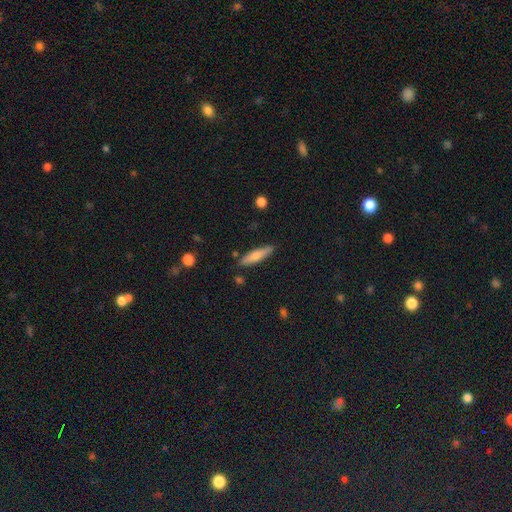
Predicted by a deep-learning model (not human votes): A smooth galaxy with no disk features (68%) that is cigar-shaped (78%).

Vote fractions:
- Smooth or featured? smooth: 68% / featured or disk: 25% / star or artifact: 6%
- How rounded? cigar-shaped: 78% / in between: 20% / round: 2%
- Merging? none: 86% / minor disturbance: 10% / merger: 2% / major disturbance: 2%